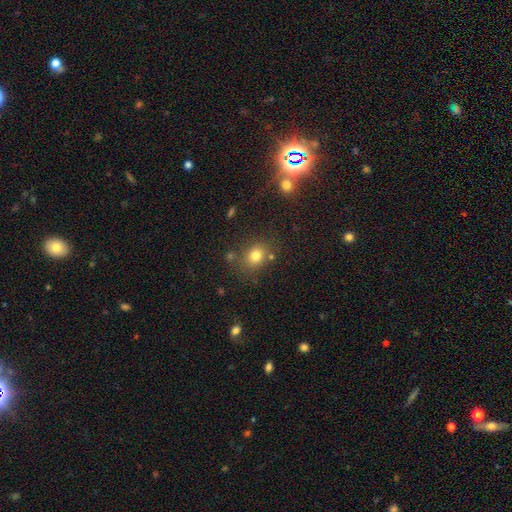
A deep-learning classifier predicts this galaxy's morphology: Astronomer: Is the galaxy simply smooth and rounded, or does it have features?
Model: smooth — 77%.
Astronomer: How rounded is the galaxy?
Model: round — 64%.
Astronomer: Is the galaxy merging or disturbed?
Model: none — 76%.